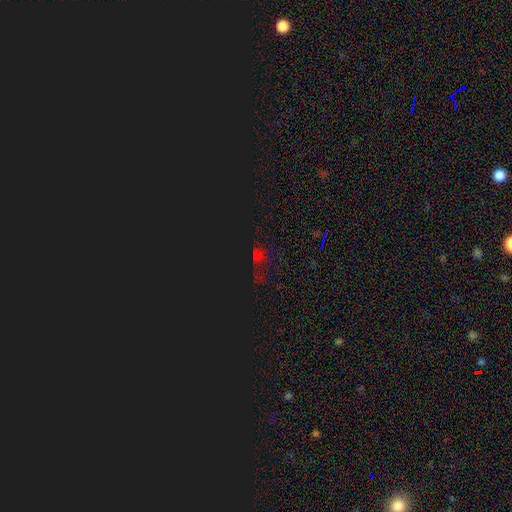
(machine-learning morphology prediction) Smooth or featured: star or artifact — 75% (smooth — 17%)